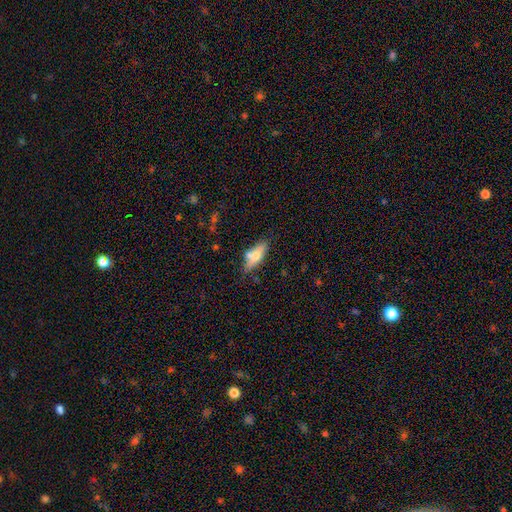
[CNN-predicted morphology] Smooth or featured? Predicted: smooth (p=0.60). How rounded? Predicted: in between (p=0.58). Merging? Predicted: none (p=0.66).